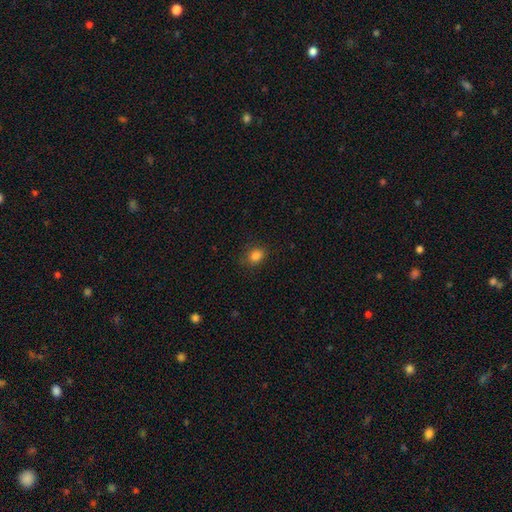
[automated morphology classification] A smooth galaxy with no disk features (84%) that is in between round and cigar-shaped (57%). Merging: none (83%).